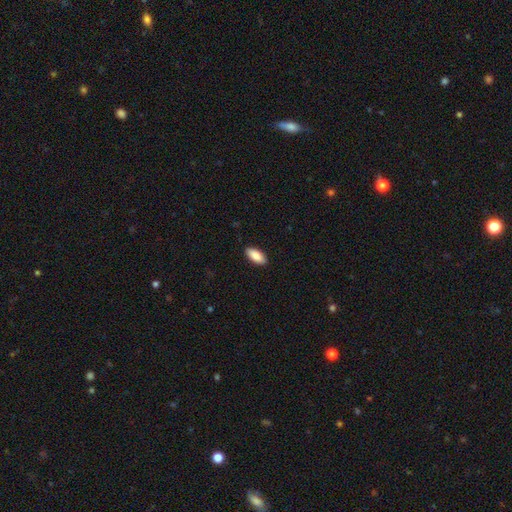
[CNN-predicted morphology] This appears to be a smooth galaxy with no disk features (89%) that is in between round and cigar-shaped (89%). Merging: none (90%).